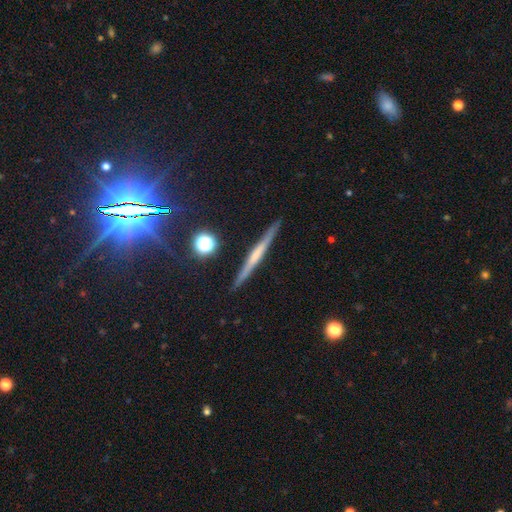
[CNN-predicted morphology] featured or disk 60%, smooth 29%, star or artifact 11%. Down the decision tree: edge-on disk — yes (97%); edge-on bulge — none (53%); merging — none (90%).